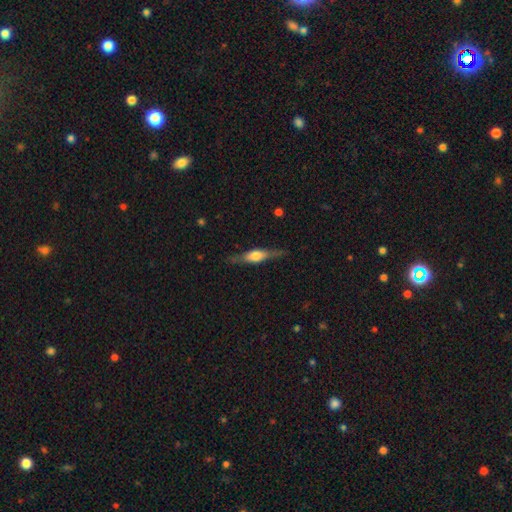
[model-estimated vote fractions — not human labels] Overall: featured or disk (63%; smooth 31%). Edge-on disk: yes (93%). Edge-on bulge: rounded (80%). Merging: none (81%).